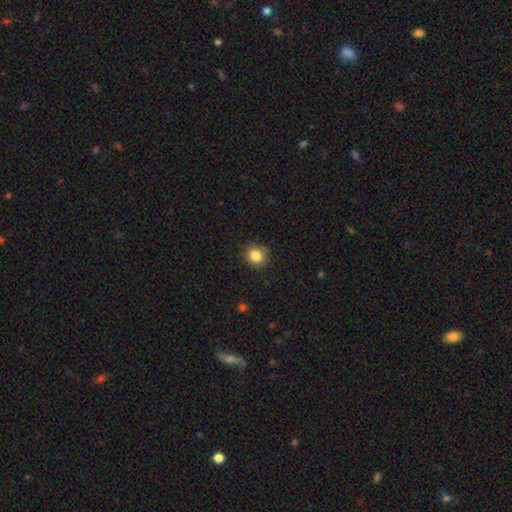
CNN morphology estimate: Smooth or featured?
  - smooth: 85% *
  - star or artifact: 10%
  - featured or disk: 5%
How rounded?
  - round: 78% *
  - in between: 21%
  - cigar-shaped: 1%
Merging?
  - none: 84% *
  - minor disturbance: 12%
  - major disturbance: 3%
  - merger: 1%